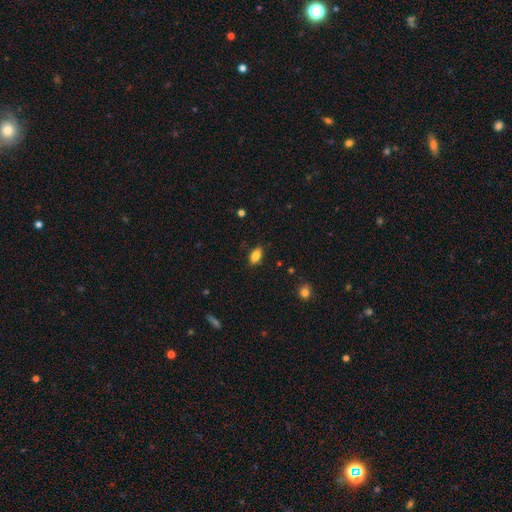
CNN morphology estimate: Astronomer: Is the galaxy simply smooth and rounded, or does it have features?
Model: smooth — 84%.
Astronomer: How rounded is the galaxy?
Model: in between — 89%.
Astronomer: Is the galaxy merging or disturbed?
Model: none — 86%.